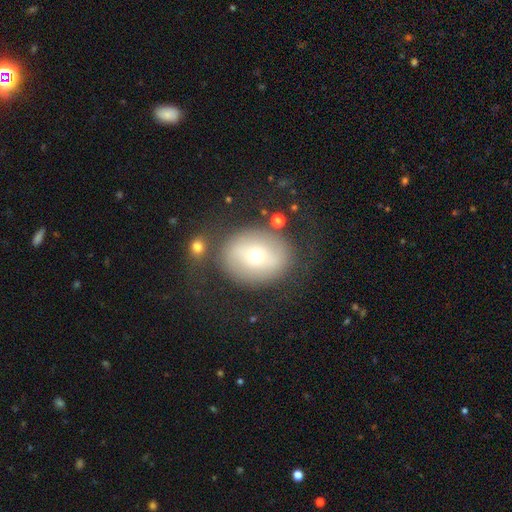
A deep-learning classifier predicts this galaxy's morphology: This appears to be a smooth galaxy with no disk features (55%) that is round (64%). Merging: none (70%).